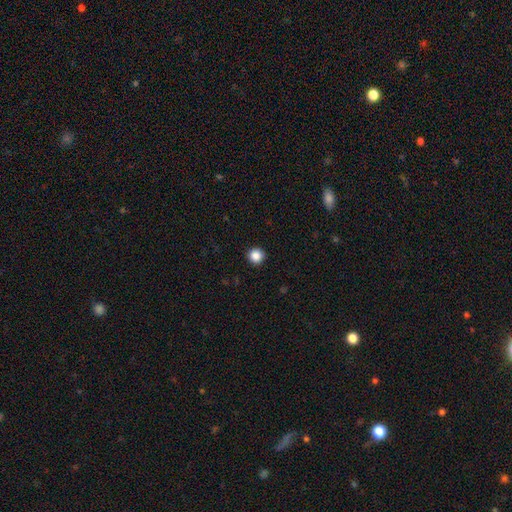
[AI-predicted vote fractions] smooth-or-featured: smooth: 87% | star or artifact: 10% | featured or disk: 3%
  how-rounded: round: 95% | in between: 4% | cigar-shaped: 1%
  merging: none: 93% | minor disturbance: 4% | major disturbance: 2% | merger: 1%